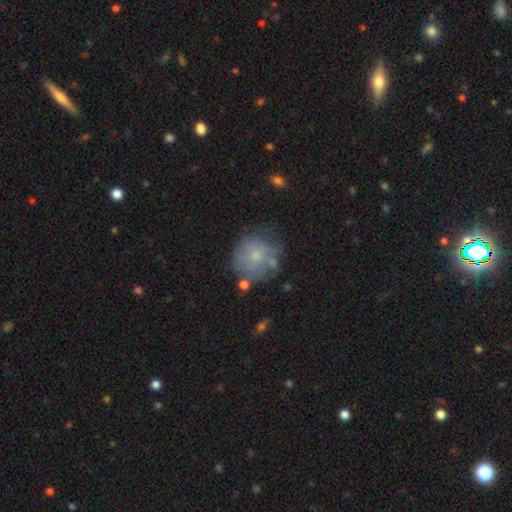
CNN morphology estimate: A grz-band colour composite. It shows a smooth galaxy with no disk features (60%) that is round (83%). Merging: none (55%).